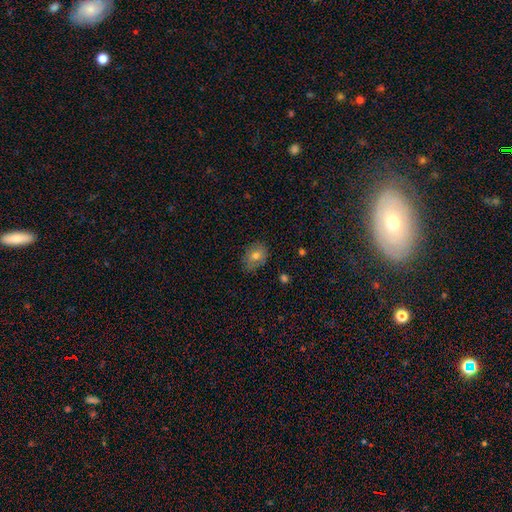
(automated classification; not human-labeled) smooth-or-featured: smooth: 76% | featured or disk: 15% | star or artifact: 10%
  how-rounded: in between: 66% | round: 33% | cigar-shaped: 1%
  merging: none: 78% | minor disturbance: 17% | major disturbance: 4% | merger: 1%